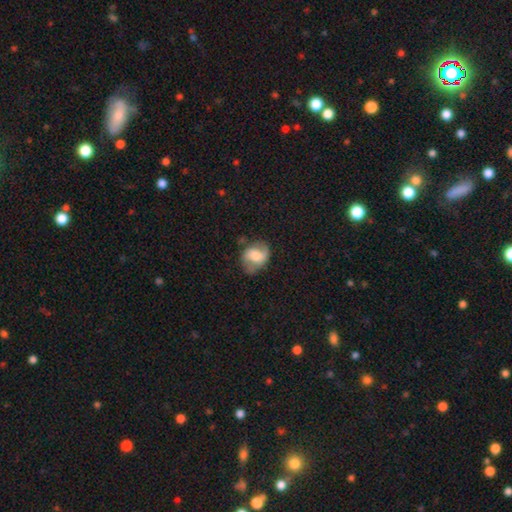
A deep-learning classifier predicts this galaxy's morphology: This is possibly a featured or disk galaxy (51%). It is clearly not viewed edge-on (96%). Merging: likely none (63%).